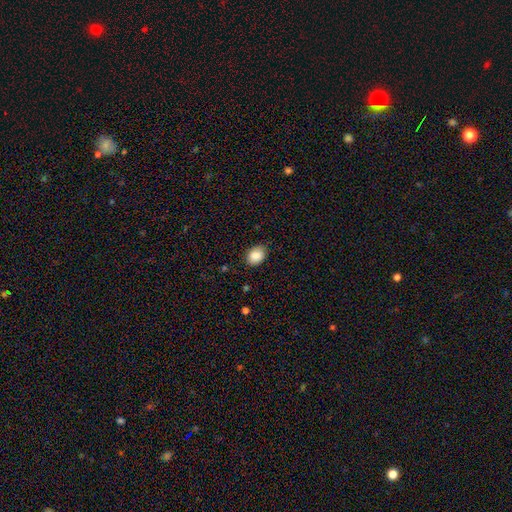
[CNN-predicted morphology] smooth-or-featured: smooth: 86% | star or artifact: 8% | featured or disk: 6%
  how-rounded: in between: 70% | round: 29% | cigar-shaped: 1%
  merging: none: 82% | minor disturbance: 15% | major disturbance: 2% | merger: 1%